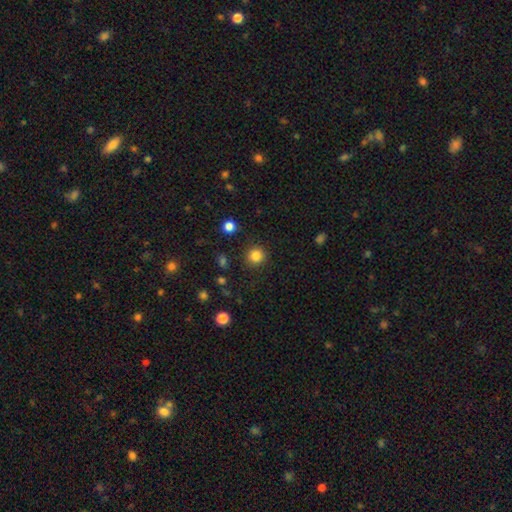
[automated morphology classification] Overall: smooth (84%). How rounded: round (93%). Merging: none (89%).